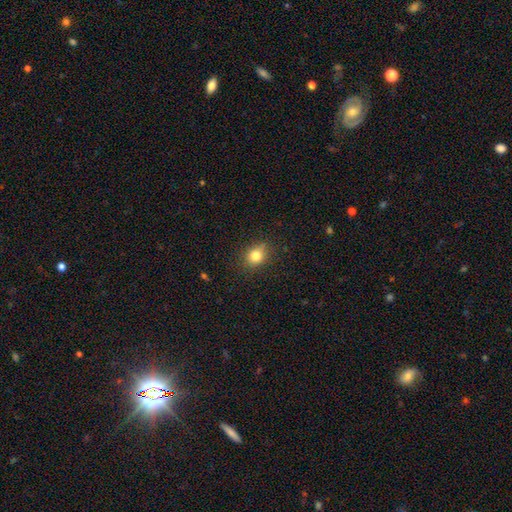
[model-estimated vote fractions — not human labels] Morphology: type=smooth (80%); roundness=round (57%); merging=none (80%).